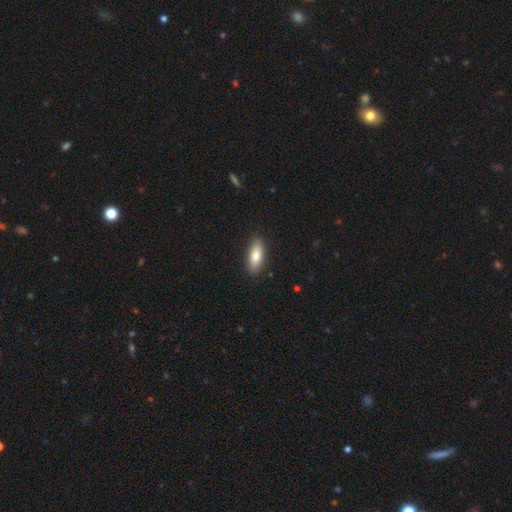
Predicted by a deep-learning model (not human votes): The model was most divided on "how rounded": in between: 78%, cigar-shaped: 20%, round: 2%. More confident: merging — none (88%); smooth or featured — smooth (82%).